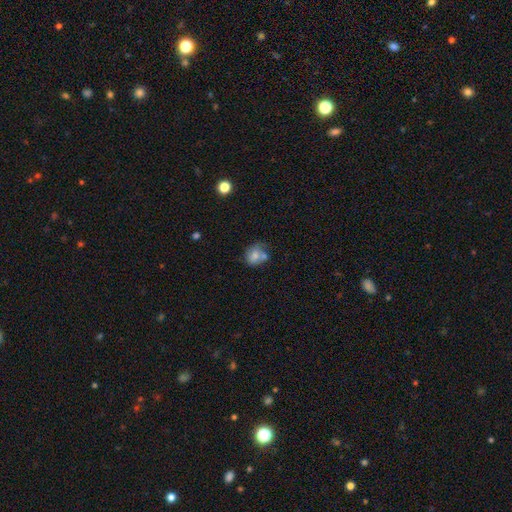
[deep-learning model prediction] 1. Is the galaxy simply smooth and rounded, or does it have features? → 72% smooth, 18% featured or disk, 10% star or artifact.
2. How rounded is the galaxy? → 56% round, 43% in between, 1% cigar-shaped.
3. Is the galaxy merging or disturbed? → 37% none, 34% merger, 20% minor disturbance, 10% major disturbance.